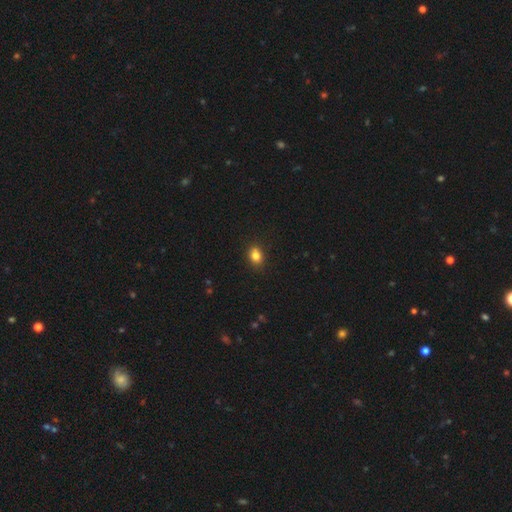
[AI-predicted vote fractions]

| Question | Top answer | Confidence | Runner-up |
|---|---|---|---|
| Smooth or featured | smooth | 82% | star or artifact (11%) |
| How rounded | in between | 53% | round (45%) |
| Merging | none | 79% | minor disturbance (13%) |